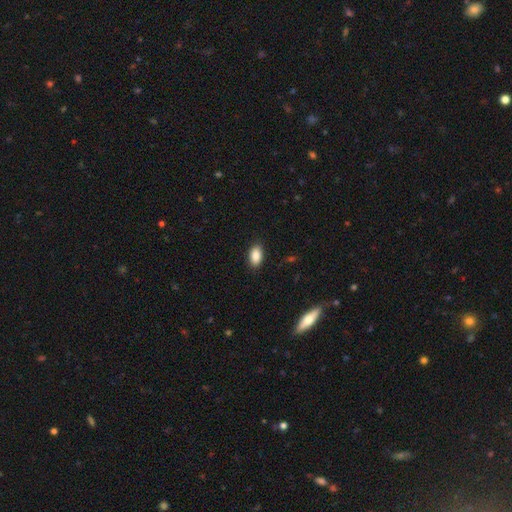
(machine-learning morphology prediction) Overall: smooth (87%). How rounded: in between (92%). Merging: none (88%).